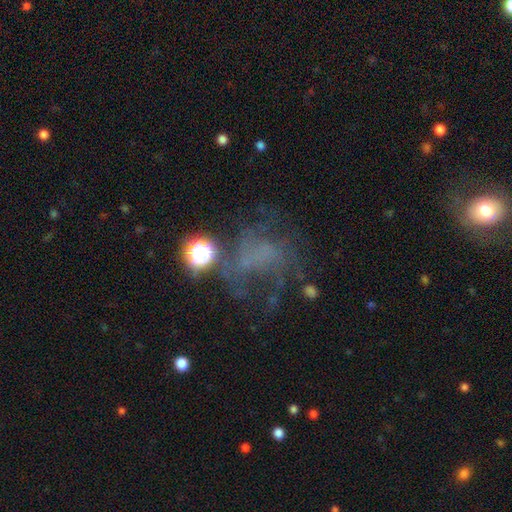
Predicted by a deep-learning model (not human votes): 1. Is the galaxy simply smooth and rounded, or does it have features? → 42% featured or disk, 31% star or artifact, 27% smooth.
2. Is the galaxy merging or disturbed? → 45% none, 32% major disturbance, 17% minor disturbance, 7% merger.